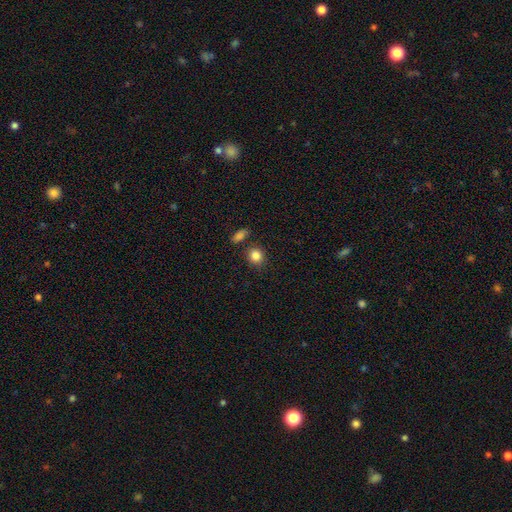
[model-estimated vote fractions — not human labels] smooth-or-featured: smooth: 85% | star or artifact: 10% | featured or disk: 5%
  how-rounded: round: 82% | in between: 17% | cigar-shaped: 1%
  merging: none: 78% | minor disturbance: 11% | merger: 9% | major disturbance: 3%